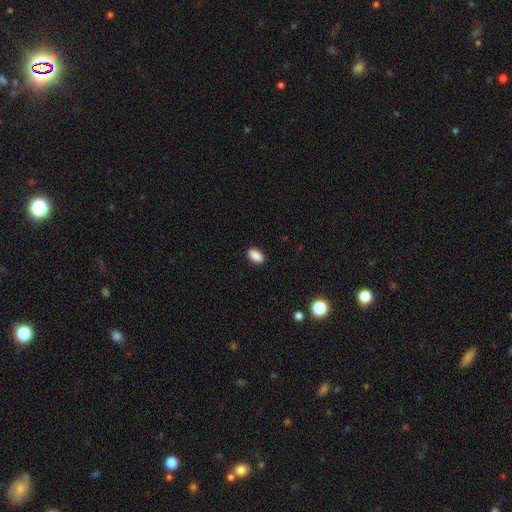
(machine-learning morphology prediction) Smooth or featured: smooth — 89% (star or artifact — 8%)
How rounded: in between — 90% (round — 7%)
Merging: none — 90% (minor disturbance — 8%)